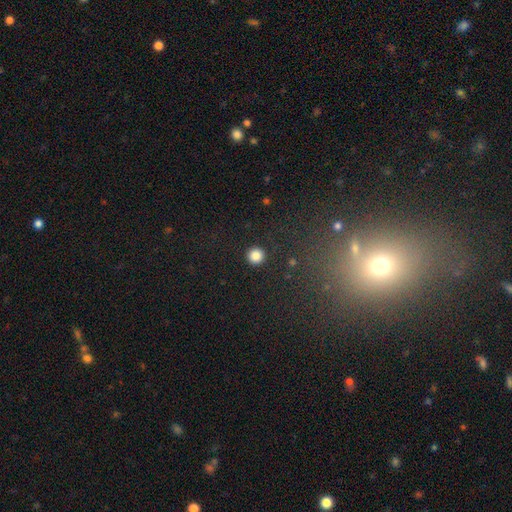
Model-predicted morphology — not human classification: Smooth or featured? Predicted: smooth (p=0.85). How rounded? Predicted: round (p=0.96). Merging? Predicted: none (p=0.93).